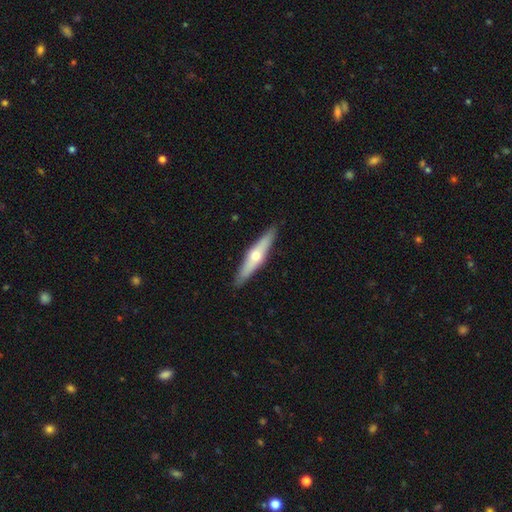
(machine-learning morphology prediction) Smooth or featured: featured or disk — 56% (smooth — 38%)
Edge-on disk: yes — 92% (no — 8%)
Edge-on bulge: rounded — 90% (none — 7%)
Merging: none — 90% (minor disturbance — 7%)